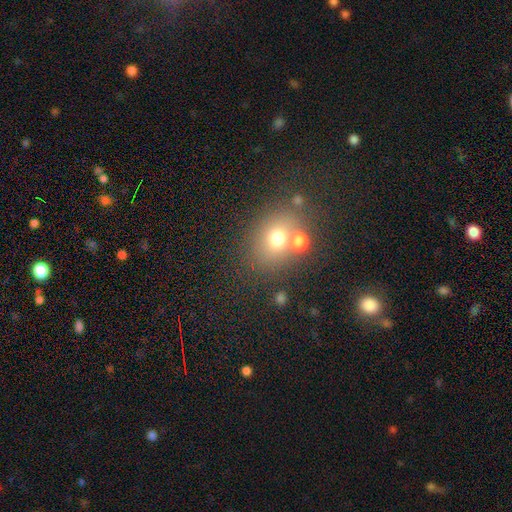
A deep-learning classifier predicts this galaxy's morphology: A smooth galaxy with no disk features (63%) that is round (57%). Merging: none (62%).